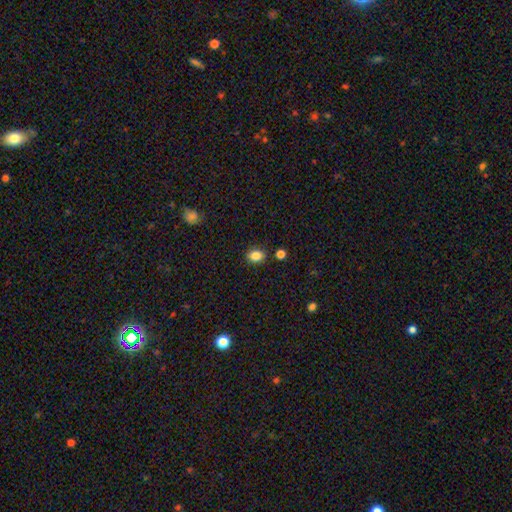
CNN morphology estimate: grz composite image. It shows a smooth galaxy with no disk features (85%) that is in between round and cigar-shaped (56%). Merging: none (85%).